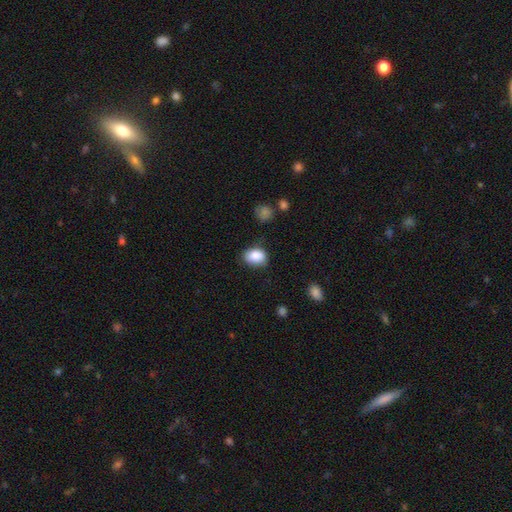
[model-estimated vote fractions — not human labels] Smooth or featured?
  - smooth: 88% *
  - star or artifact: 8%
  - featured or disk: 5%
How rounded?
  - in between: 72% *
  - round: 27%
  - cigar-shaped: 1%
Merging?
  - none: 73% *
  - minor disturbance: 20%
  - major disturbance: 5%
  - merger: 2%